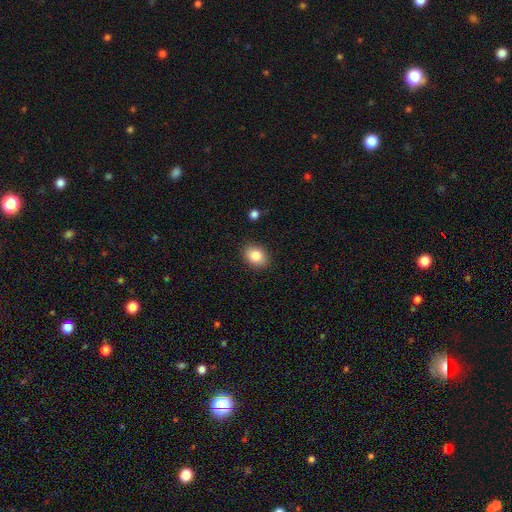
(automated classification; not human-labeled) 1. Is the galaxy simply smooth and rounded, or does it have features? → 84% smooth, 9% star or artifact, 7% featured or disk.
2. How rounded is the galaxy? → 64% in between, 35% round, 1% cigar-shaped.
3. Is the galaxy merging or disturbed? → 88% none, 9% minor disturbance, 2% major disturbance, 1% merger.